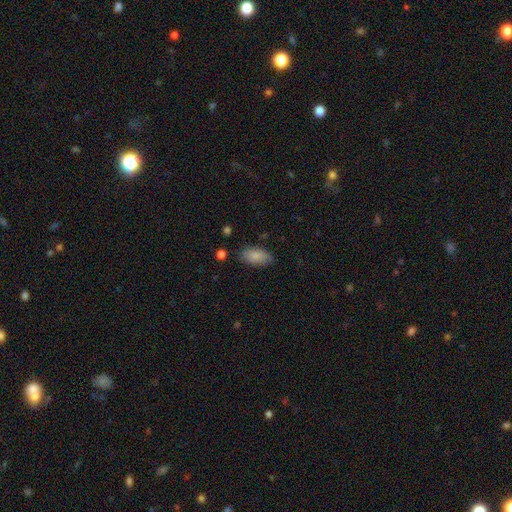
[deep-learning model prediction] Smooth or featured: smooth — 85% (featured or disk — 9%)
How rounded: in between — 93% (cigar-shaped — 5%)
Merging: none — 78% (minor disturbance — 17%)